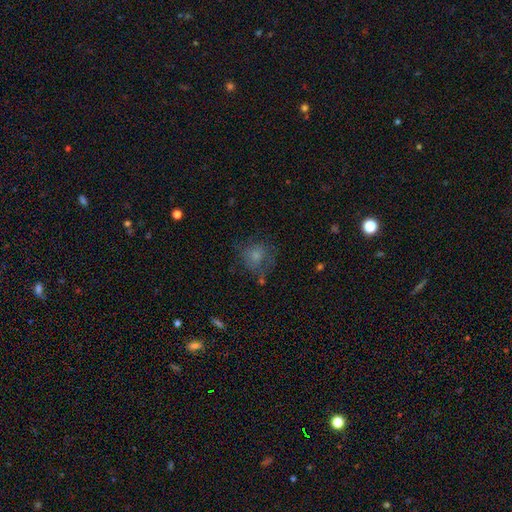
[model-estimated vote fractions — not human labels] smooth_or_featured: smooth (p=0.66) [alt: featured or disk p=0.22]
how_rounded: round (p=0.79) [alt: in between p=0.19]
merging: none (p=0.53) [alt: minor disturbance p=0.24]